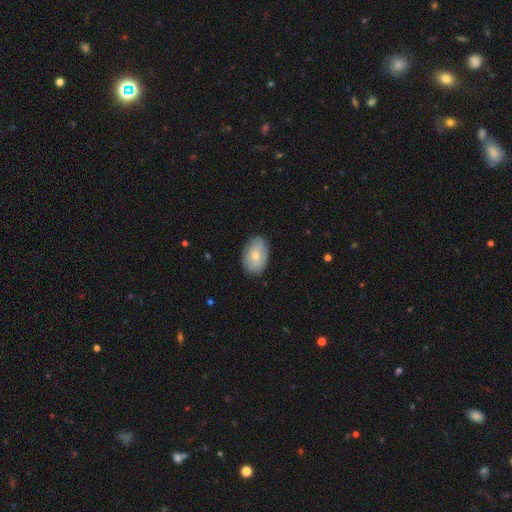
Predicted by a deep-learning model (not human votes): This appears to be a smooth galaxy with no disk features (66%) that is in between round and cigar-shaped (88%). Merging: none (82%).